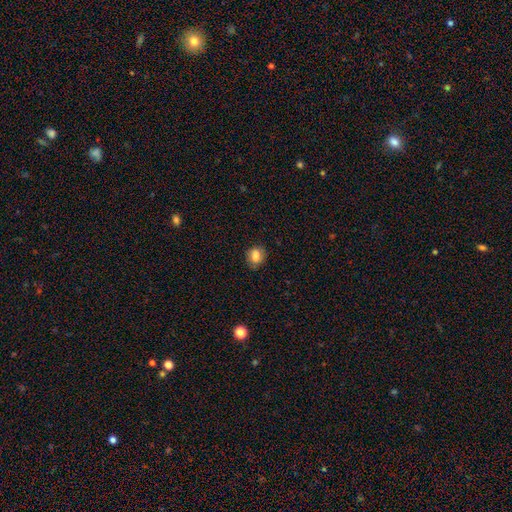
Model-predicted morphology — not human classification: smooth-or-featured: smooth: 77% | featured or disk: 13% | star or artifact: 10%
  how-rounded: round: 58% | in between: 41% | cigar-shaped: 1%
  merging: none: 82% | minor disturbance: 14% | major disturbance: 3% | merger: 1%